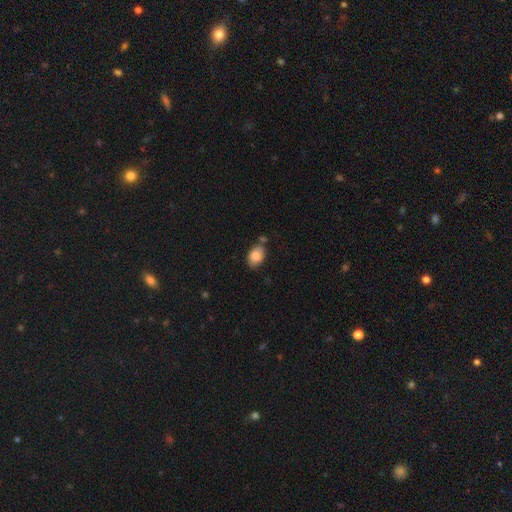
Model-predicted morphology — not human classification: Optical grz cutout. It shows a smooth galaxy with no disk features (82%) that is in between round and cigar-shaped (83%). Merging: none (69%).